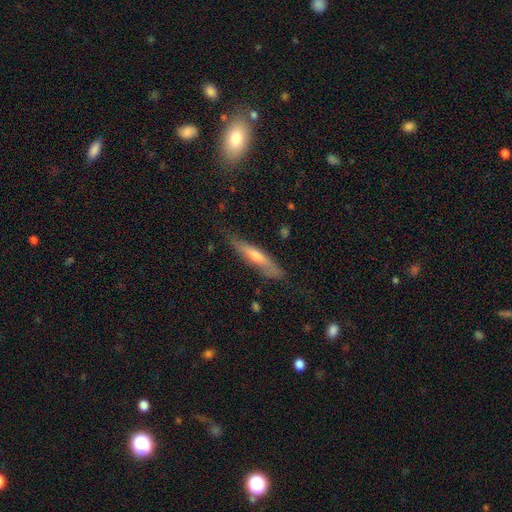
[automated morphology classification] smooth-or-featured: smooth: 48% | featured or disk: 46% | star or artifact: 6%
  merging: none: 76% | minor disturbance: 19% | major disturbance: 4% | merger: 2%